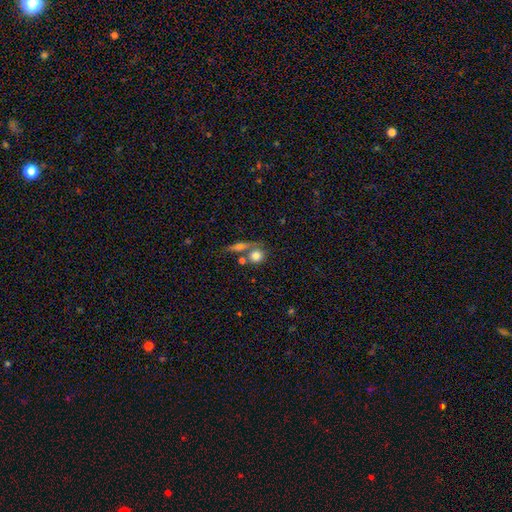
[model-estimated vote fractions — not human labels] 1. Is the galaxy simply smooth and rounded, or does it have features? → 78% smooth, 13% featured or disk, 9% star or artifact.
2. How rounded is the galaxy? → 81% round, 15% in between, 3% cigar-shaped.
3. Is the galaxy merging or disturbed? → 52% none, 32% merger, 11% minor disturbance, 6% major disturbance.